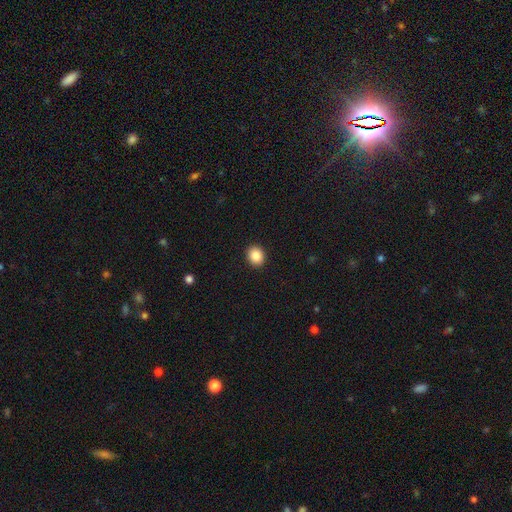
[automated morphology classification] A smooth galaxy with no disk features (88%) that is round (66%).

Vote fractions:
- Smooth or featured? smooth: 88% / star or artifact: 9% / featured or disk: 3%
- How rounded? round: 66% / in between: 33% / cigar-shaped: 1%
- Merging? none: 92% / minor disturbance: 5% / major disturbance: 2% / merger: 1%